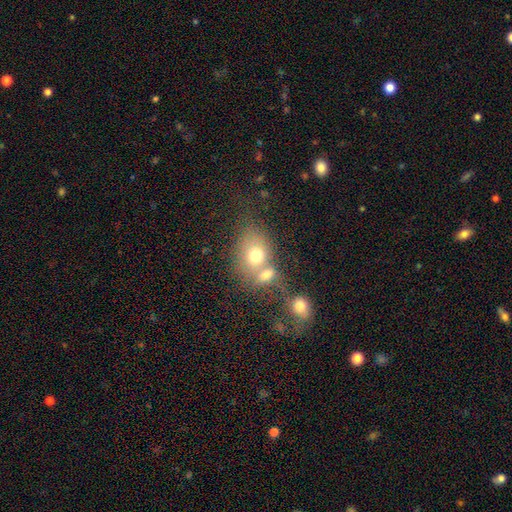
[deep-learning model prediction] Smooth or featured? smooth (71%)
How rounded? in between (55%)
Merging? merger (55%)